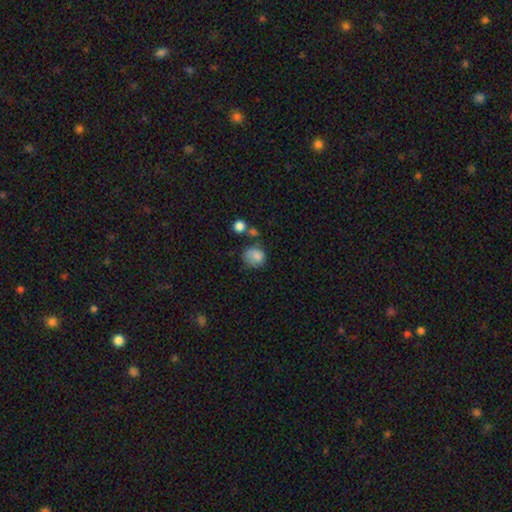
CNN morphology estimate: smooth 81%, star or artifact 10%, featured or disk 9%. Down the decision tree: how rounded — round (75%); merging — none (47%).